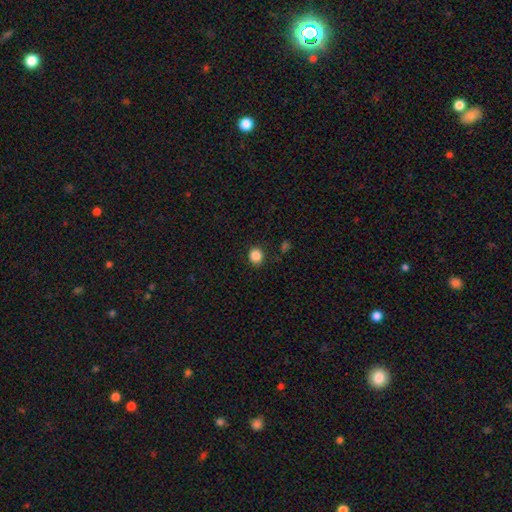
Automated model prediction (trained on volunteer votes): Smooth or featured: smooth — 86% (star or artifact — 11%)
How rounded: round — 87% (in between — 12%)
Merging: none — 90% (minor disturbance — 6%)